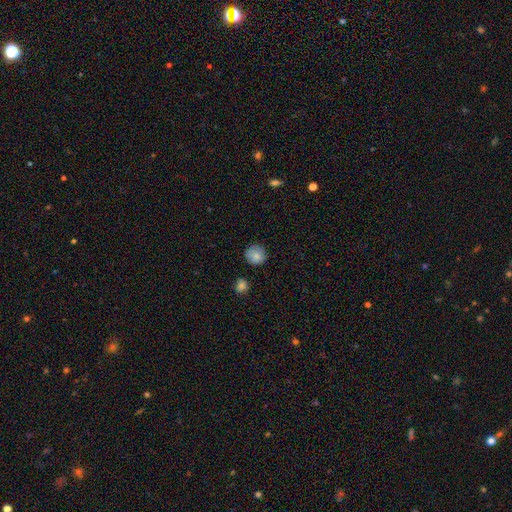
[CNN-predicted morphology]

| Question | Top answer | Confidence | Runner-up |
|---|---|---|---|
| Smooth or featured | smooth | 82% | featured or disk (10%) |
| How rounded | round | 89% | in between (10%) |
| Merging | none | 80% | minor disturbance (15%) |